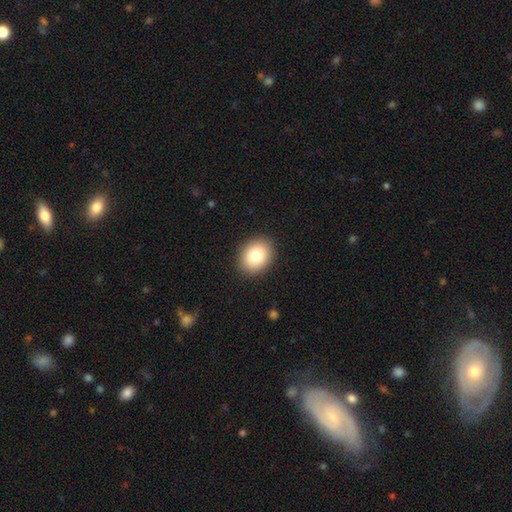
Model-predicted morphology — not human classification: Smooth or featured?
  - smooth: 82% *
  - featured or disk: 10%
  - star or artifact: 9%
How rounded?
  - in between: 50% *
  - round: 49%
  - cigar-shaped: 1%
Merging?
  - none: 90% *
  - minor disturbance: 7%
  - major disturbance: 2%
  - merger: 1%